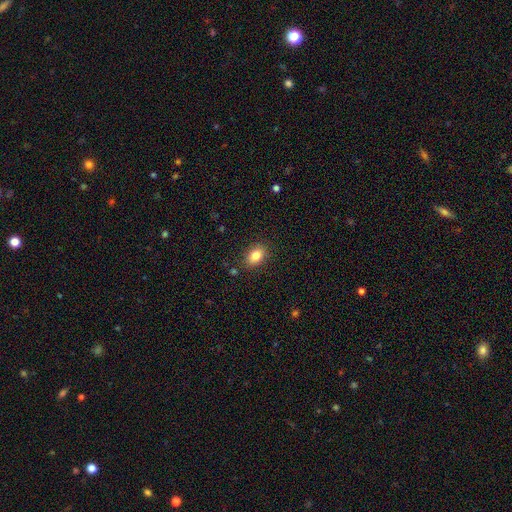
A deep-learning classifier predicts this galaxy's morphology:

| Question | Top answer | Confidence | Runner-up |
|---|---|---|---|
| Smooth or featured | smooth | 82% | star or artifact (9%) |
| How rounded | in between | 81% | round (18%) |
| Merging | none | 86% | minor disturbance (10%) |